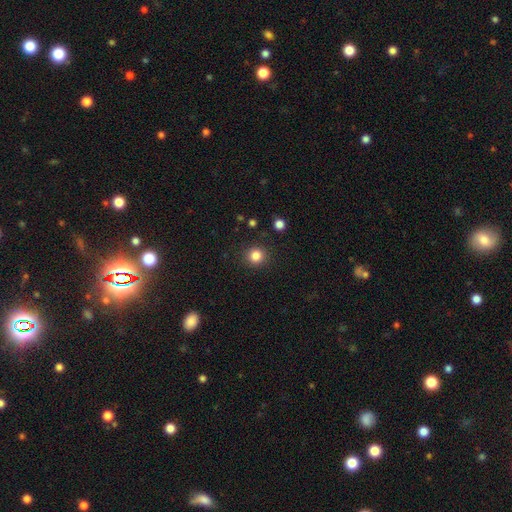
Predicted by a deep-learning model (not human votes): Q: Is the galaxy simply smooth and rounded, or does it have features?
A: smooth — 83%.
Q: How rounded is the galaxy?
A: round — 92%.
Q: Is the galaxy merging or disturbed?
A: none — 90%.